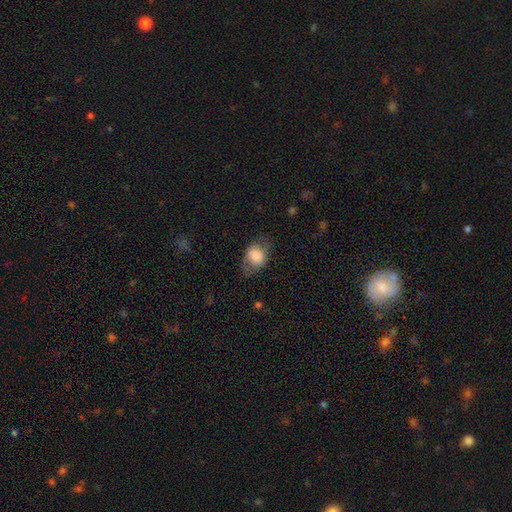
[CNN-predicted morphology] Smooth or featured?
  - smooth: 70% *
  - featured or disk: 23%
  - star or artifact: 7%
How rounded?
  - in between: 74% *
  - round: 24%
  - cigar-shaped: 1%
Merging?
  - none: 67% *
  - minor disturbance: 20%
  - major disturbance: 12%
  - merger: 1%